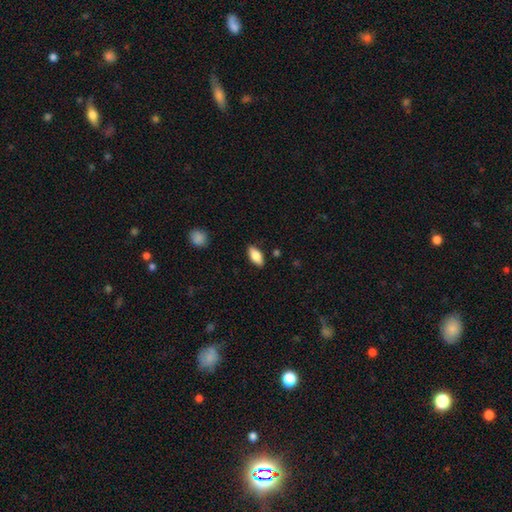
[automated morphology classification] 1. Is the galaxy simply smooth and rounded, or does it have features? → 76% smooth, 17% featured or disk, 7% star or artifact.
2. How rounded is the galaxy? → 86% in between, 11% cigar-shaped, 3% round.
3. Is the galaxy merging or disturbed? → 86% none, 11% minor disturbance, 2% major disturbance, 1% merger.